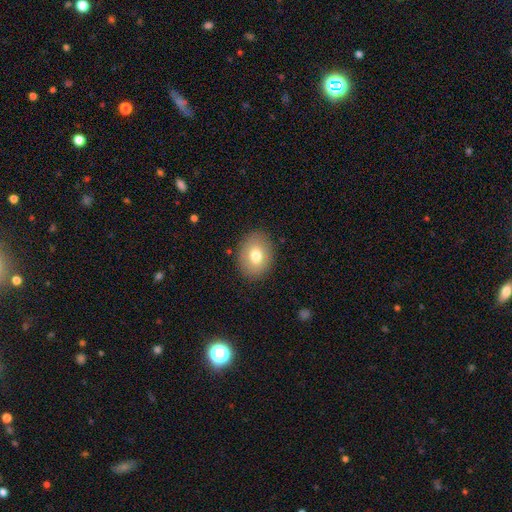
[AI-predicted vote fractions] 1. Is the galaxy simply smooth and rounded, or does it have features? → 75% smooth, 16% featured or disk, 9% star or artifact.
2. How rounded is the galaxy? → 59% in between, 40% round, 1% cigar-shaped.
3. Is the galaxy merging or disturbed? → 87% none, 9% minor disturbance, 3% major disturbance, 1% merger.